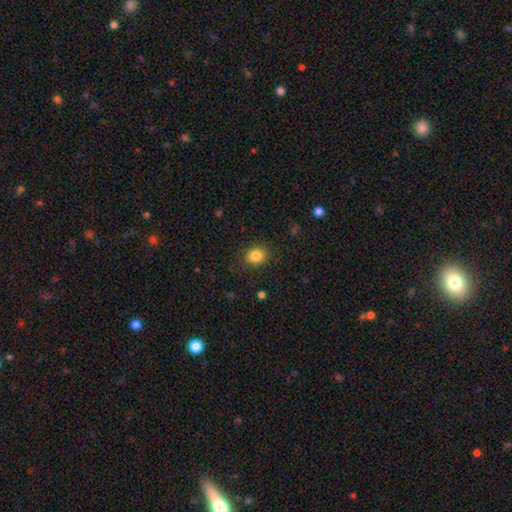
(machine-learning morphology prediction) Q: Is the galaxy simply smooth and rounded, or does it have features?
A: smooth — 85%.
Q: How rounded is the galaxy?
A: round — 62%.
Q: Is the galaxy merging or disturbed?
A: none — 86%.